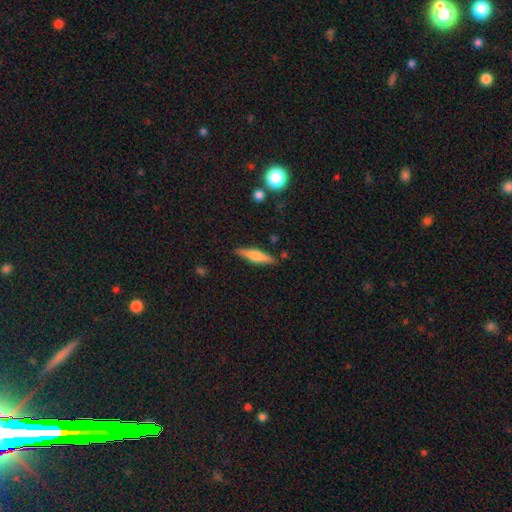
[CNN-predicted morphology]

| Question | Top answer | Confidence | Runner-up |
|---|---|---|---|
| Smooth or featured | smooth | 49% | featured or disk (44%) |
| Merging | none | 87% | minor disturbance (9%) |